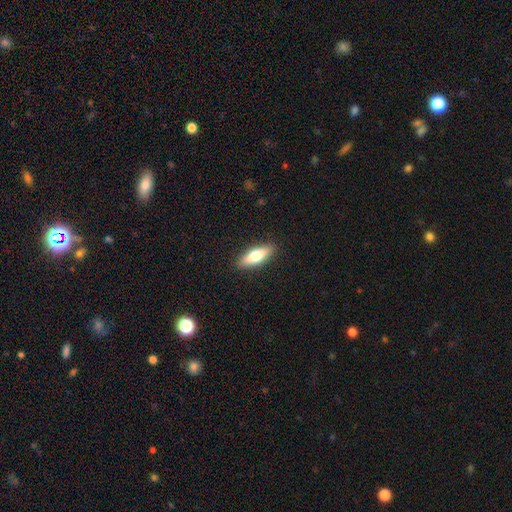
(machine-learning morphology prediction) smooth-or-featured: smooth: 66% | featured or disk: 27% | star or artifact: 6%
  how-rounded: in between: 56% | cigar-shaped: 41% | round: 2%
  merging: none: 89% | minor disturbance: 8% | major disturbance: 2% | merger: 1%